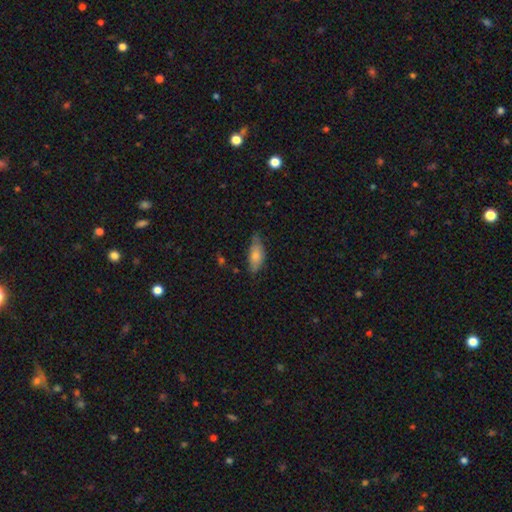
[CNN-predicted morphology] Smooth or featured? Predicted: smooth (p=0.74). How rounded? Predicted: in between (p=0.83). Merging? Predicted: none (p=0.57).